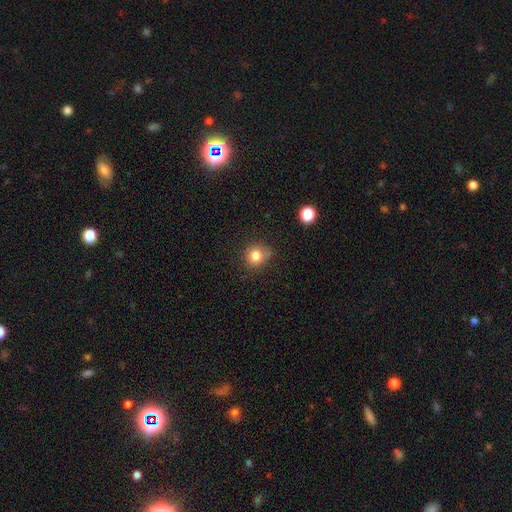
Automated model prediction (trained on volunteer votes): smooth-or-featured: smooth: 81% | star or artifact: 12% | featured or disk: 7%
  how-rounded: round: 84% | in between: 15% | cigar-shaped: 1%
  merging: none: 72% | minor disturbance: 20% | major disturbance: 5% | merger: 3%